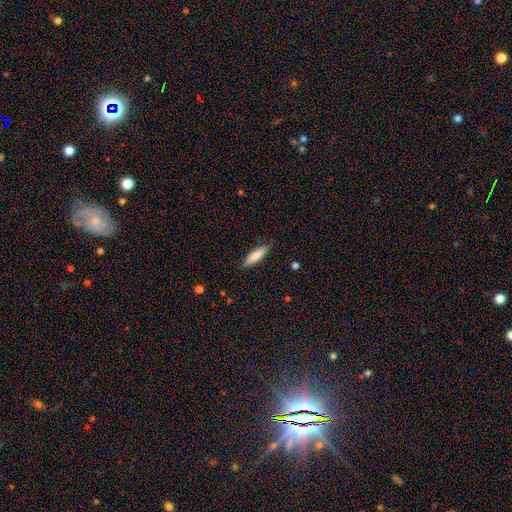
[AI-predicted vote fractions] smooth-or-featured: smooth: 79% | featured or disk: 15% | star or artifact: 6%
  how-rounded: cigar-shaped: 63% | in between: 36% | round: 2%
  merging: none: 85% | minor disturbance: 11% | major disturbance: 2% | merger: 1%